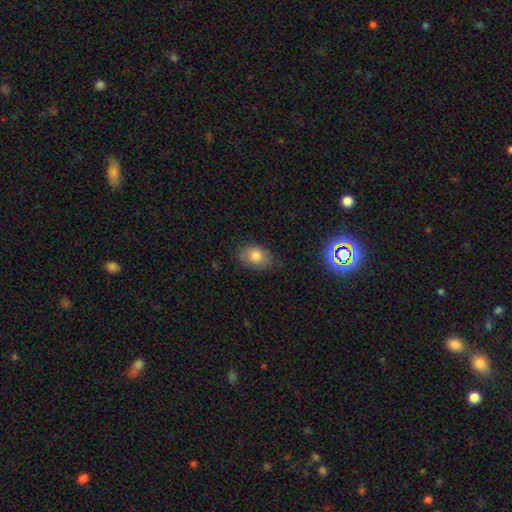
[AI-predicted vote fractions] Morphology: type=smooth (80%); roundness=in between (80%); merging=none (75%).